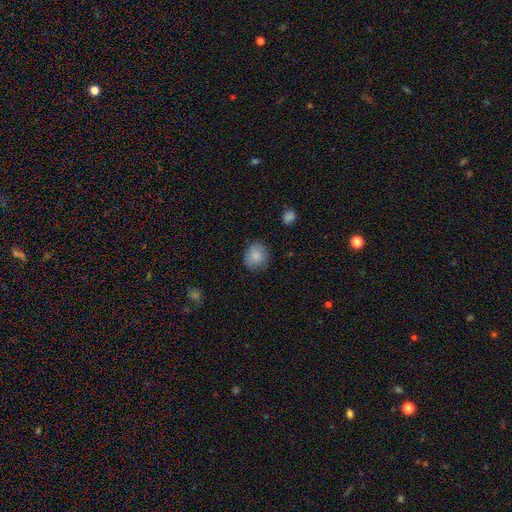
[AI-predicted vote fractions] This is clearly a smooth galaxy (84%). How rounded: likely round (73%). Merging: likely none (76%).